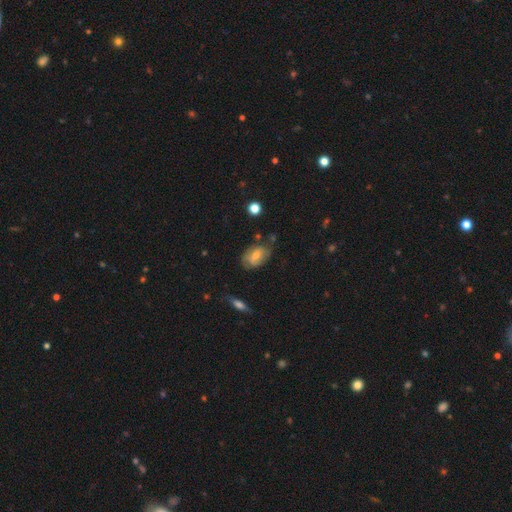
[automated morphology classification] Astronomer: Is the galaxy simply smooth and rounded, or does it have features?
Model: smooth — 60%.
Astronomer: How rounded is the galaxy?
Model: in between — 88%.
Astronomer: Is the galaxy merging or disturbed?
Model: none — 64%.